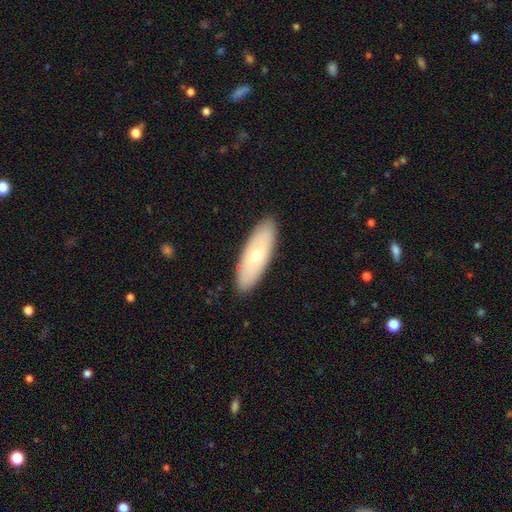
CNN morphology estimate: A smooth galaxy with no disk features (60%) that is in between round and cigar-shaped (64%). Merging: none (89%).